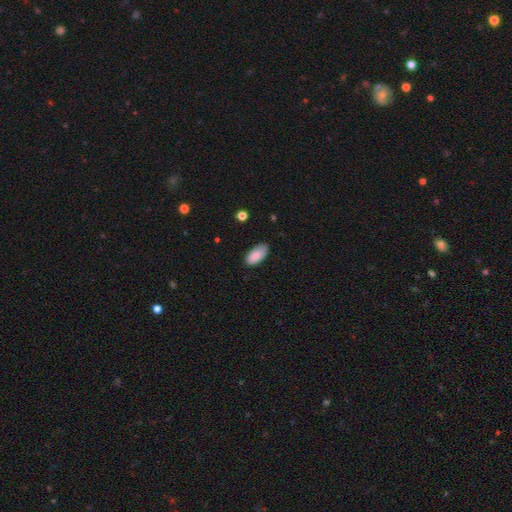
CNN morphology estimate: smooth 86%, featured or disk 7%, star or artifact 6%. Down the decision tree: how rounded — in between (94%); merging — none (80%).